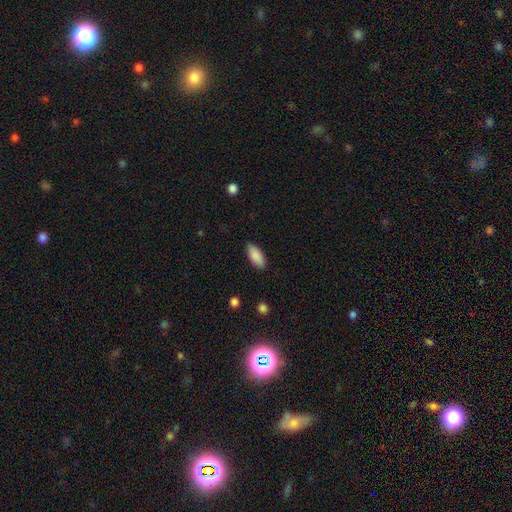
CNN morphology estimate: Smooth or featured? Predicted: smooth (p=0.89). How rounded? Predicted: in between (p=0.85). Merging? Predicted: none (p=0.85).